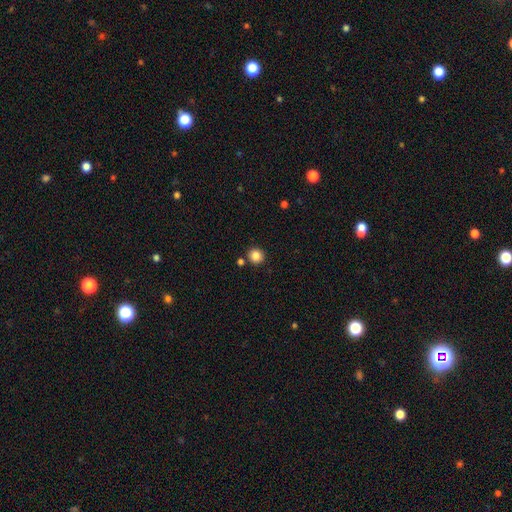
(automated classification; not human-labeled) Morphology: type=smooth (85%); roundness=round (92%); merging=none (85%).